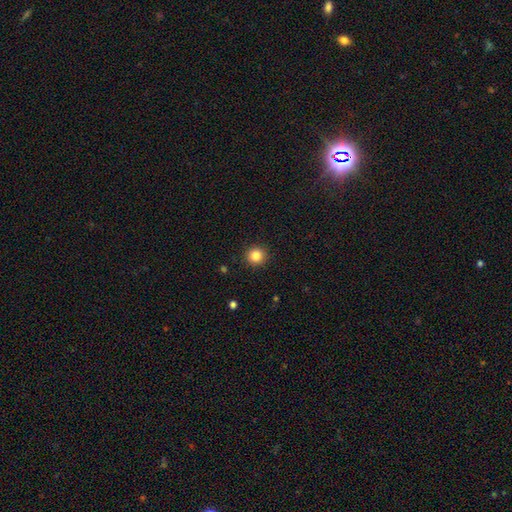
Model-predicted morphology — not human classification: A smooth galaxy with no disk features (84%) that is round (93%).

Vote fractions:
- Smooth or featured? smooth: 84% / star or artifact: 11% / featured or disk: 5%
- How rounded? round: 93% / in between: 6% / cigar-shaped: 1%
- Merging? none: 92% / minor disturbance: 5% / major disturbance: 2% / merger: 1%